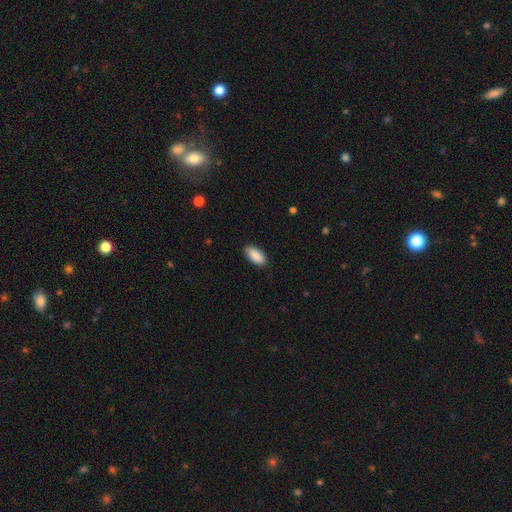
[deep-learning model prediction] The model was most divided on "merging": none: 88%, minor disturbance: 9%, major disturbance: 2%, merger: 1%. More confident: how rounded — in between (92%); smooth or featured — smooth (91%).